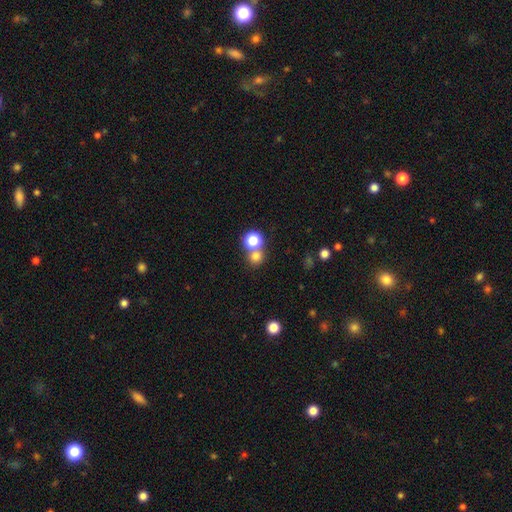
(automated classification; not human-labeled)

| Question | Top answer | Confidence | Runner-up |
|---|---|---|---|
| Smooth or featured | smooth | 75% | star or artifact (18%) |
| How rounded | round | 88% | in between (11%) |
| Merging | none | 56% | merger (35%) |